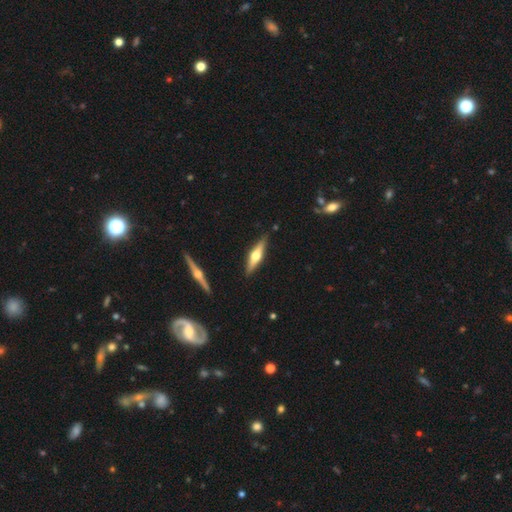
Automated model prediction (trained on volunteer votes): Smooth or featured?
  - featured or disk: 64% *
  - smooth: 31%
  - star or artifact: 5%
Edge-on disk?
  - yes: 96% *
  - no: 4%
Edge-on bulge?
  - rounded: 94% *
  - boxy: 4%
  - none: 2%
Merging?
  - none: 87% *
  - minor disturbance: 9%
  - merger: 2%
  - major disturbance: 2%